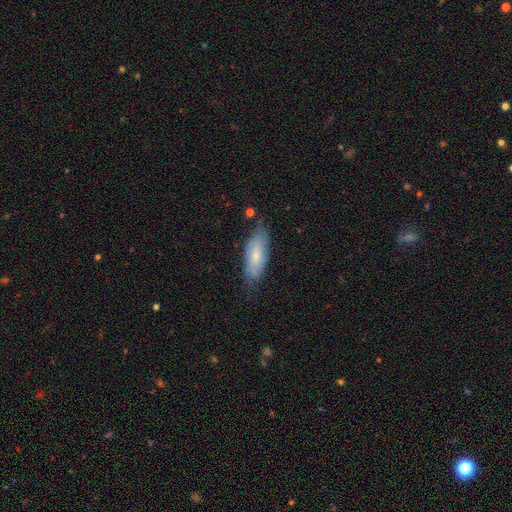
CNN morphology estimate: A smooth galaxy with no disk features (64%) that is in between round and cigar-shaped (69%).

Vote fractions:
- Smooth or featured? smooth: 64% / featured or disk: 29% / star or artifact: 7%
- How rounded? in between: 69% / cigar-shaped: 29% / round: 2%
- Merging? none: 68% / minor disturbance: 25% / major disturbance: 5% / merger: 2%